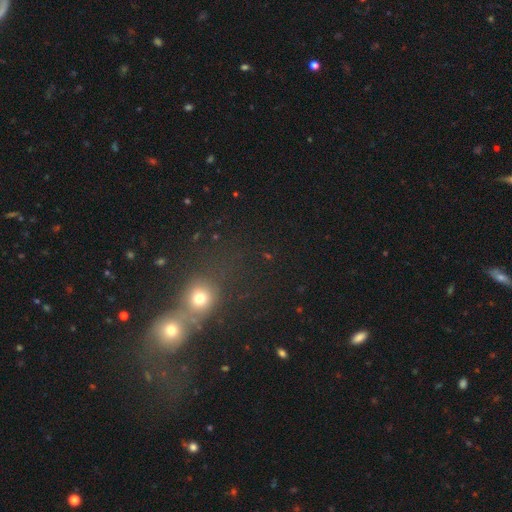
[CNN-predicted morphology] Smooth or featured? smooth (46%)
Merging? merger (70%)